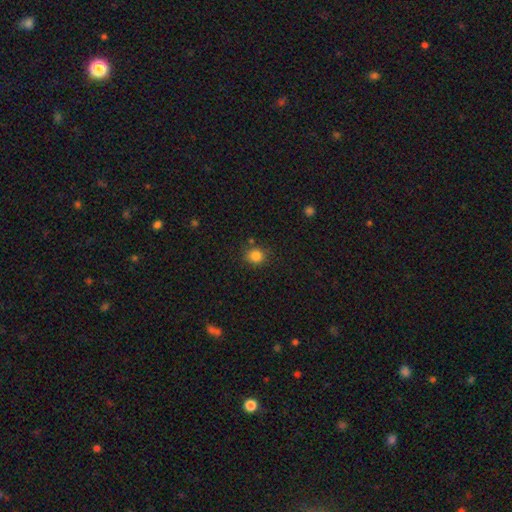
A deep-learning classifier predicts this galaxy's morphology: smooth_or_featured: smooth (p=0.84) [alt: star or artifact p=0.12]
how_rounded: round (p=0.84) [alt: in between p=0.15]
merging: none (p=0.81) [alt: minor disturbance p=0.11]